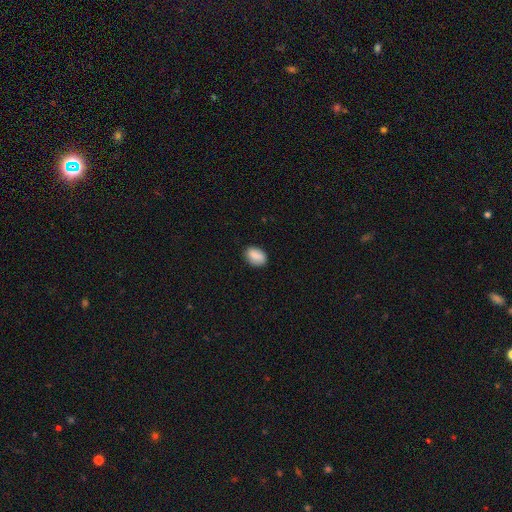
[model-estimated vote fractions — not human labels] Overall: smooth (86%). How rounded: in between (86%). Merging: none (84%).